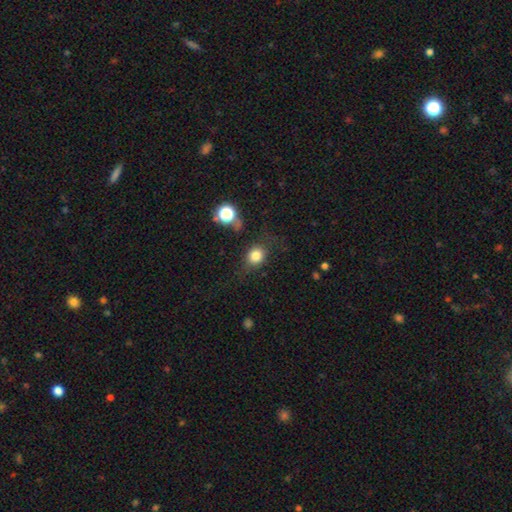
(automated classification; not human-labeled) smooth-or-featured: smooth: 78% | star or artifact: 13% | featured or disk: 9%
  how-rounded: round: 69% | in between: 29% | cigar-shaped: 1%
  merging: none: 69% | minor disturbance: 18% | major disturbance: 9% | merger: 4%